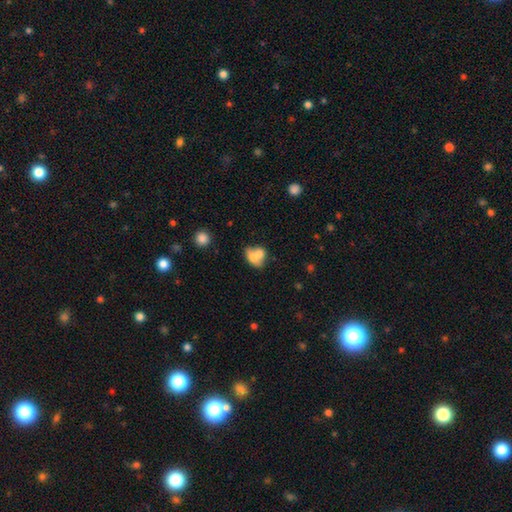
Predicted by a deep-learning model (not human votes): Overall: smooth (68%). How rounded: in between (61%; round 36%). Merging: merger (60%; none 24%).